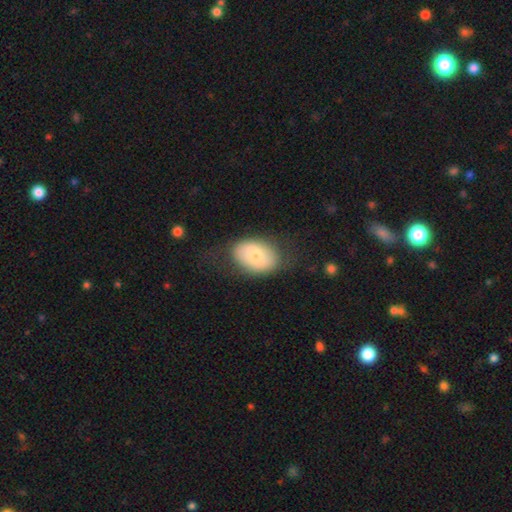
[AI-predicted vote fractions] The model was most divided on "smooth or featured": smooth: 72%, featured or disk: 21%, star or artifact: 7%. More confident: how rounded — in between (82%); merging — none (70%).